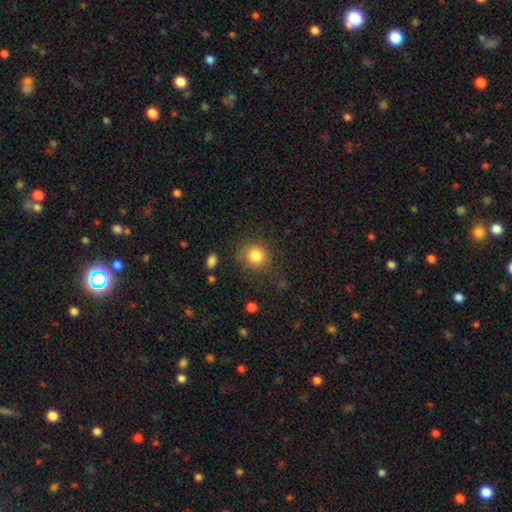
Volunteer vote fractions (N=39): smooth 85%, featured or disk 8%, star or artifact 8%. Down the decision tree: how rounded — round (82%); merging — none (78%).